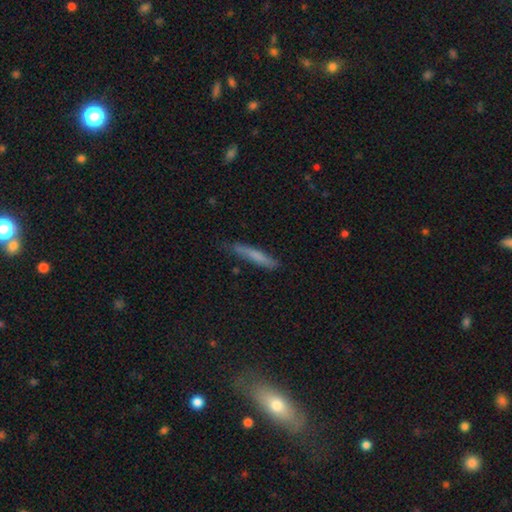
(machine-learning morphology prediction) smooth-or-featured: smooth: 70% | featured or disk: 23% | star or artifact: 7%
  how-rounded: cigar-shaped: 93% | in between: 6% | round: 1%
  merging: none: 75% | minor disturbance: 19% | major disturbance: 4% | merger: 2%